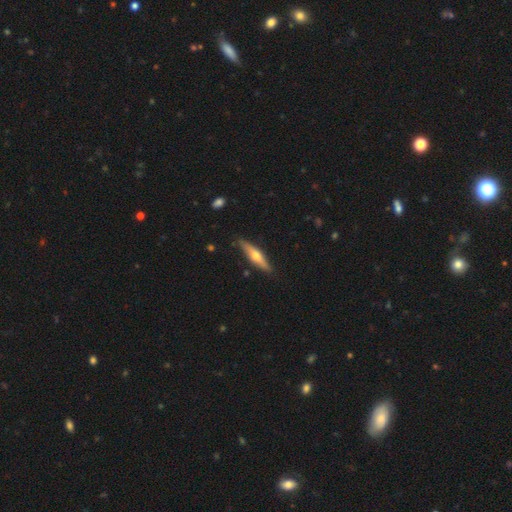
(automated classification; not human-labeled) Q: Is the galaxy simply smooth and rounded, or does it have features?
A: featured or disk — 55%.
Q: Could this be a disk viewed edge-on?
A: yes — 92%.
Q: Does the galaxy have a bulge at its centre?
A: rounded — 93%.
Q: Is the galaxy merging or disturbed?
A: none — 85%.